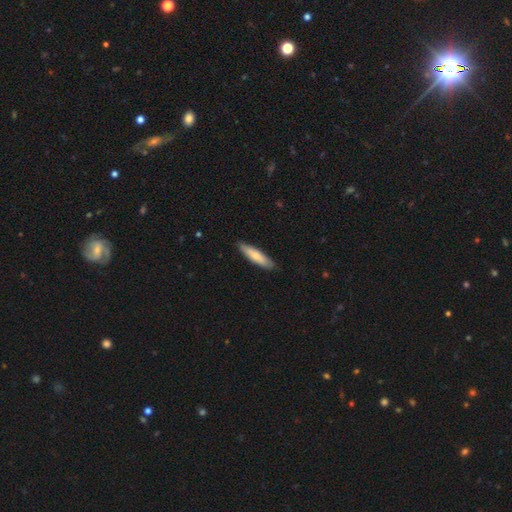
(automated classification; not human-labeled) Smooth or featured: smooth — 71% (featured or disk — 24%)
How rounded: cigar-shaped — 73% (in between — 25%)
Merging: none — 86% (minor disturbance — 11%)